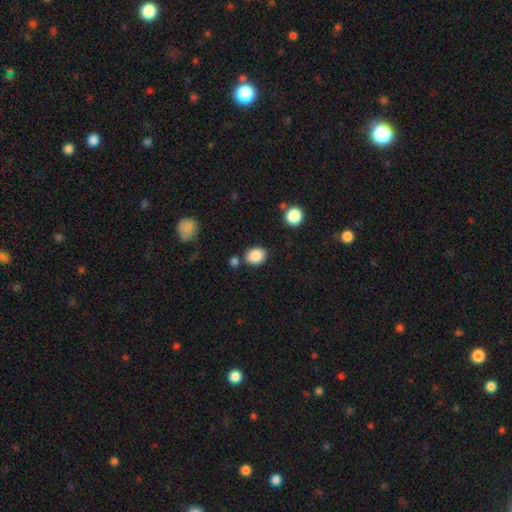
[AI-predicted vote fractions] This appears to be a smooth galaxy with no disk features (87%) that is in between round and cigar-shaped (52%). Merging: none (81%).